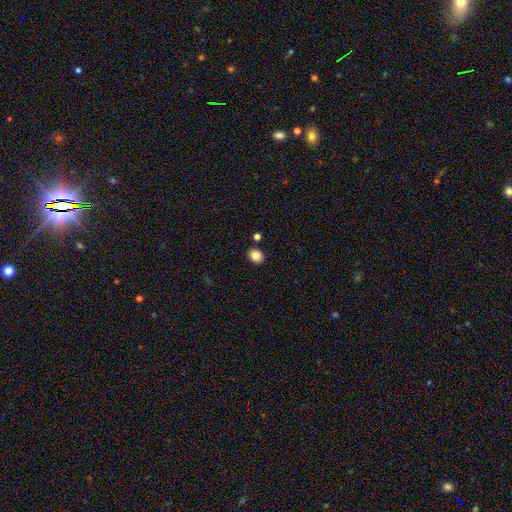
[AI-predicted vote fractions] The model was most divided on "how rounded": round: 55%, in between: 44%, cigar-shaped: 1%. More confident: merging — none (87%); smooth or featured — smooth (83%).